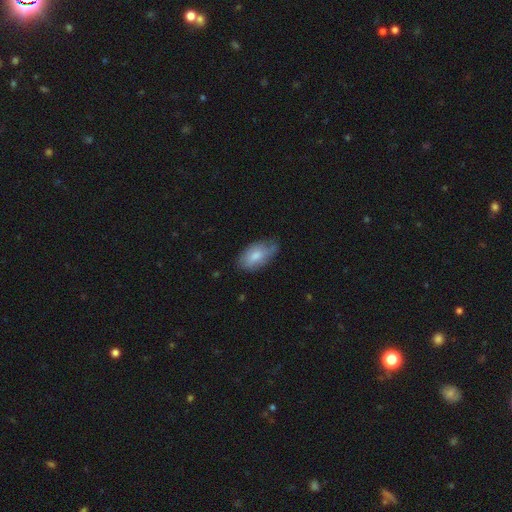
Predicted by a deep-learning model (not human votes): The model was most divided on "merging": none: 56%, minor disturbance: 34%, major disturbance: 9%, merger: 2%. More confident: how rounded — in between (93%); smooth or featured — smooth (72%).